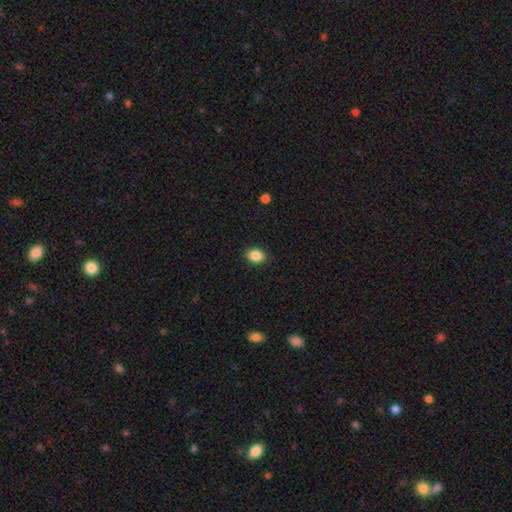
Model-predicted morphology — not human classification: Smooth or featured? smooth (88%)
How rounded? in between (72%)
Merging? none (88%)